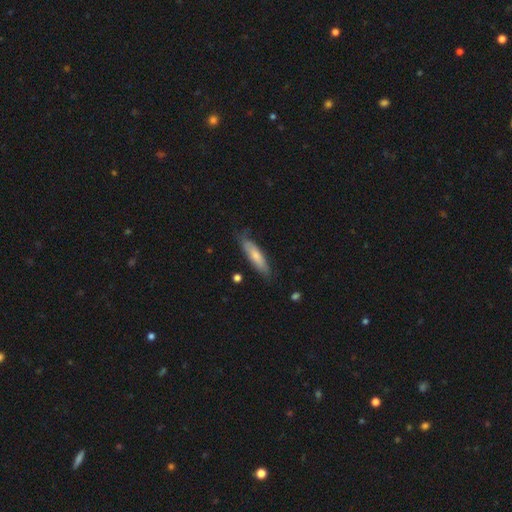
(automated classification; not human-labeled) Smooth or featured? Predicted: smooth (p=0.70). How rounded? Predicted: cigar-shaped (p=0.69). Merging? Predicted: none (p=0.73).